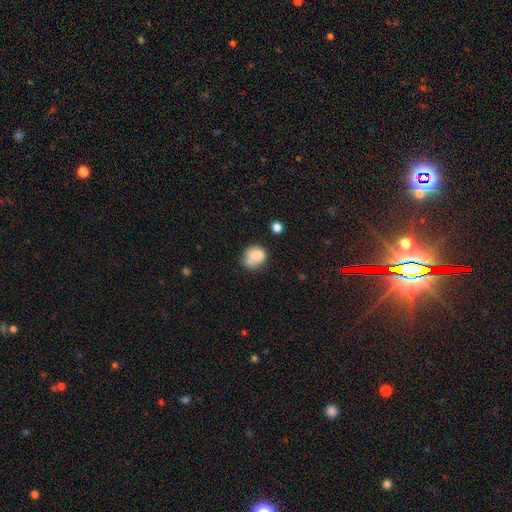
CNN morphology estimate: Smooth or featured: smooth — 77% (featured or disk — 14%)
How rounded: round — 53% (in between — 46%)
Merging: none — 46% (minor disturbance — 28%)